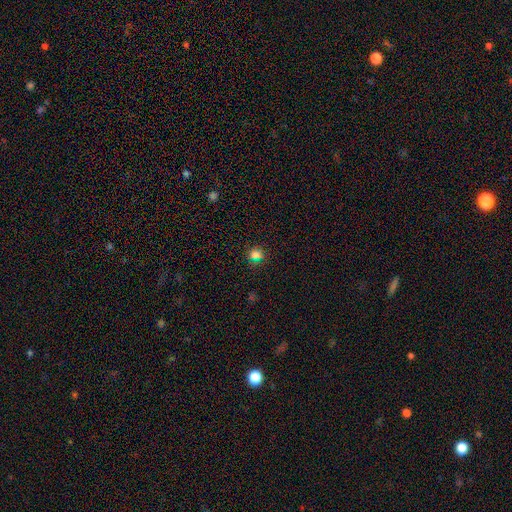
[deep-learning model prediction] A smooth galaxy with no disk features (71%) that is round (86%). Merging: none (84%).